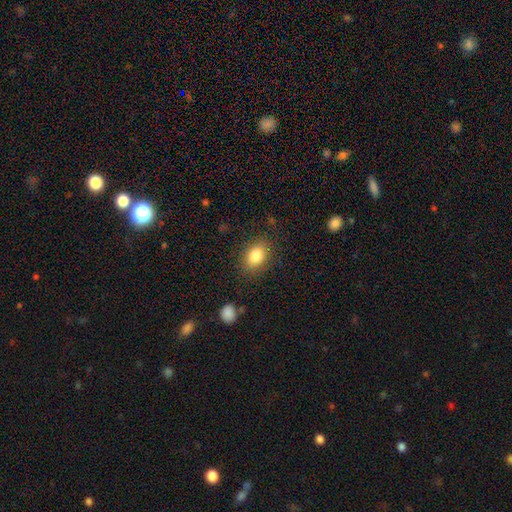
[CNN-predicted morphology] Smooth or featured: smooth — 83% (featured or disk — 8%)
How rounded: in between — 78% (round — 21%)
Merging: none — 84% (minor disturbance — 11%)